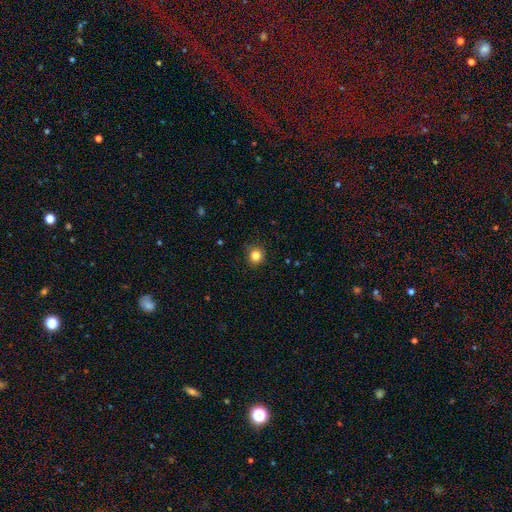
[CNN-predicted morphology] Smooth or featured? Predicted: smooth (p=0.83). How rounded? Predicted: round (p=0.90). Merging? Predicted: none (p=0.88).